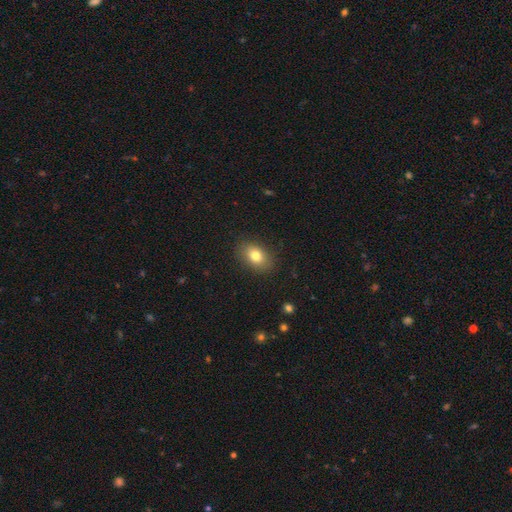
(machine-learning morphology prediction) Smooth or featured? Predicted: smooth (p=0.78). How rounded? Predicted: in between (p=0.82). Merging? Predicted: none (p=0.87).